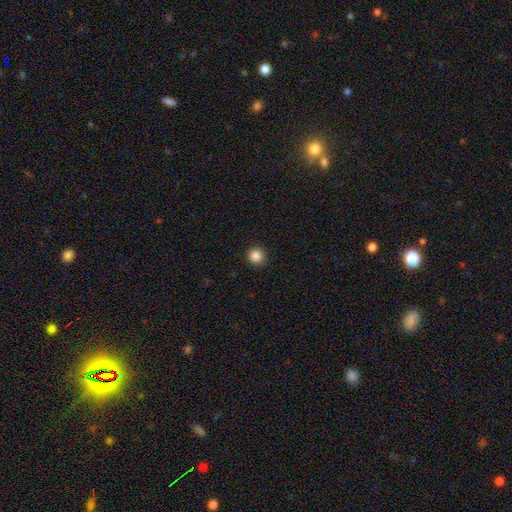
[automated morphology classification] Smooth or featured: smooth — 87% (star or artifact — 10%)
How rounded: round — 93% (in between — 6%)
Merging: none — 91% (minor disturbance — 6%)